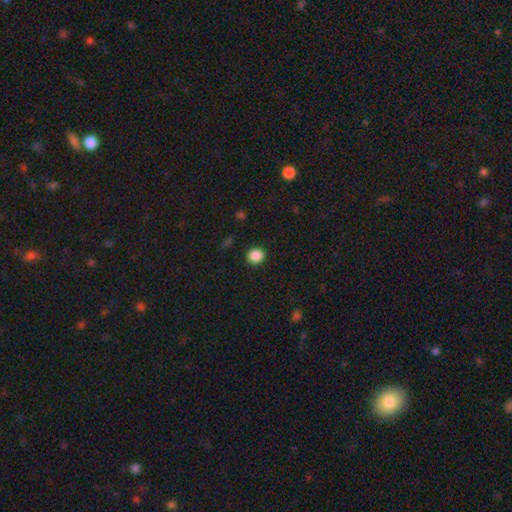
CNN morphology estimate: Smooth or featured?
  - smooth: 87% *
  - star or artifact: 10%
  - featured or disk: 3%
How rounded?
  - round: 82% *
  - in between: 17%
  - cigar-shaped: 1%
Merging?
  - none: 90% *
  - minor disturbance: 6%
  - major disturbance: 2%
  - merger: 1%